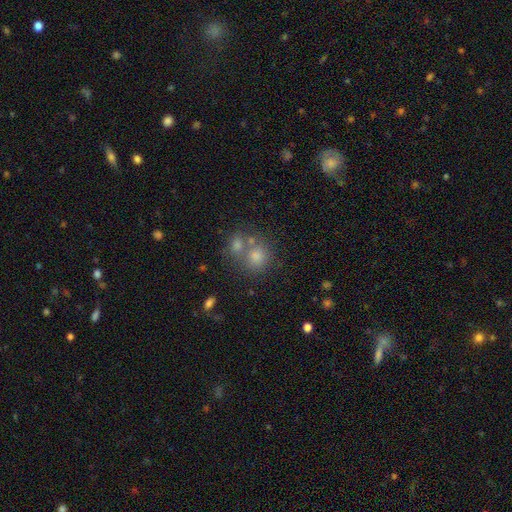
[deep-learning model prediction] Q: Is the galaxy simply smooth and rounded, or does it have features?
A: smooth — 67%.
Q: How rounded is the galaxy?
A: round — 85%.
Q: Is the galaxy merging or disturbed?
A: none — 51%.